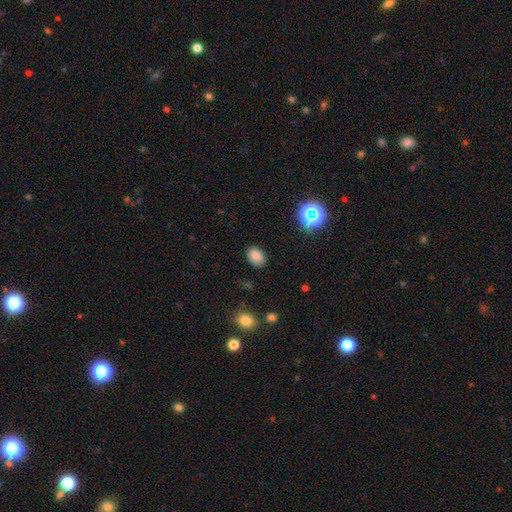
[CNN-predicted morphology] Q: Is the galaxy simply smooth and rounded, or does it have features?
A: smooth — 81%.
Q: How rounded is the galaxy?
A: in between — 79%.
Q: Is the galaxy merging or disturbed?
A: none — 85%.